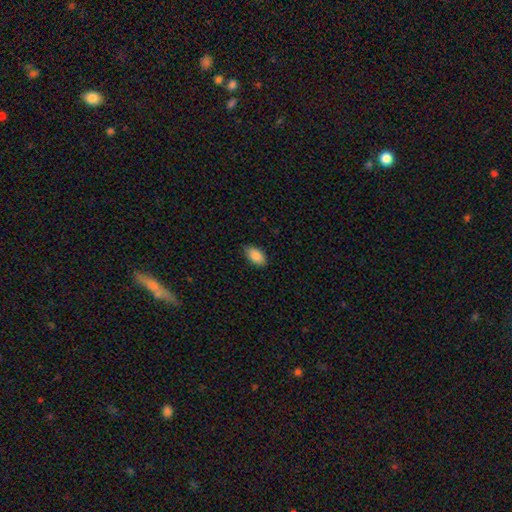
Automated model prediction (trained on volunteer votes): This appears to be a smooth galaxy with no disk features (87%) that is in between round and cigar-shaped (93%). Merging: none (81%).